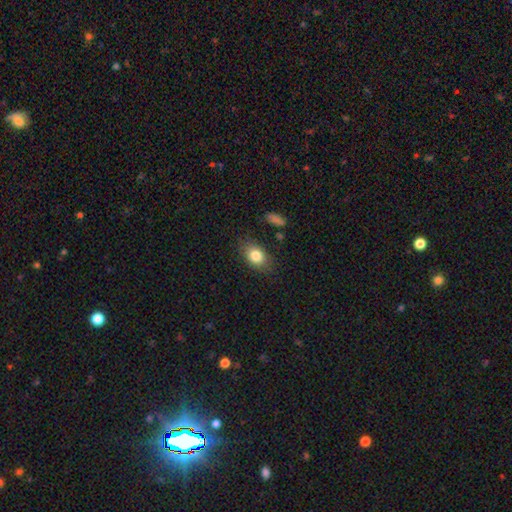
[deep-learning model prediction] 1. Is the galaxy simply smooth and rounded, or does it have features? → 83% smooth, 9% featured or disk, 8% star or artifact.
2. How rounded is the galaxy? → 78% in between, 20% round, 2% cigar-shaped.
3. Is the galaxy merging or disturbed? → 80% none, 14% minor disturbance, 4% major disturbance, 2% merger.